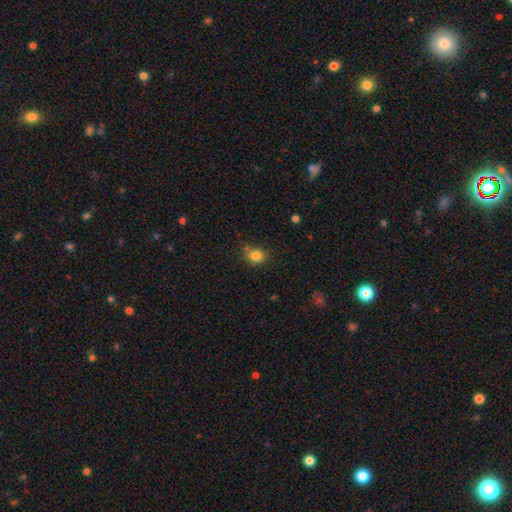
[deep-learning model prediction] Smooth or featured?
  - smooth: 83% *
  - star or artifact: 11%
  - featured or disk: 6%
How rounded?
  - round: 74% *
  - in between: 25%
  - cigar-shaped: 1%
Merging?
  - none: 74% *
  - minor disturbance: 17%
  - merger: 5%
  - major disturbance: 4%